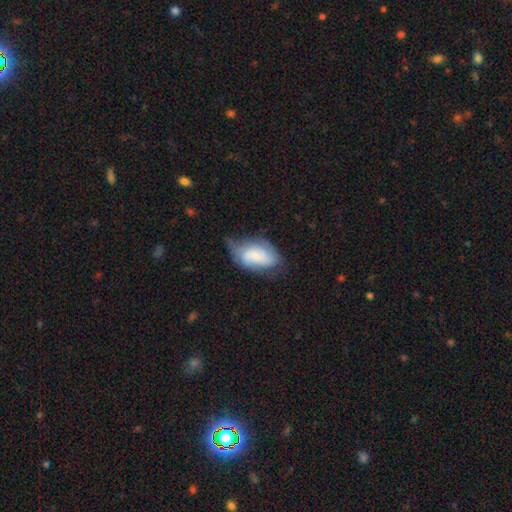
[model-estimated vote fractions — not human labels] smooth-or-featured: featured or disk: 46% (tied) | smooth: 46% (tied) | star or artifact: 7%
  merging: none: 42% | minor disturbance: 37% | major disturbance: 19% | merger: 2%